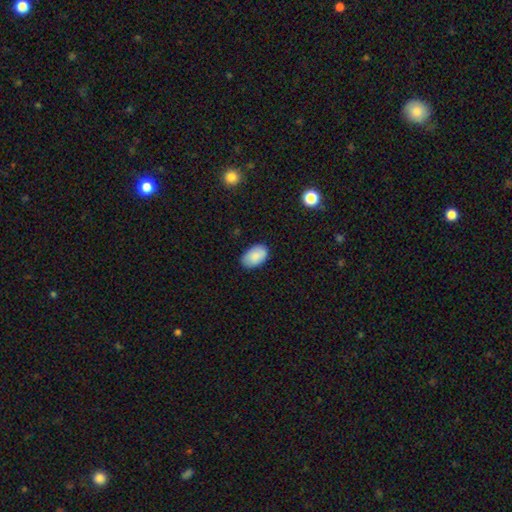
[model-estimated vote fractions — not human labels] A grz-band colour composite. It shows a smooth galaxy with no disk features (85%) that is in between round and cigar-shaped (92%). Merging: none (80%).